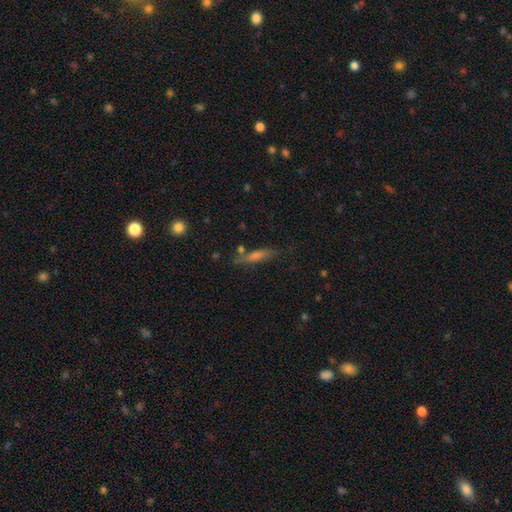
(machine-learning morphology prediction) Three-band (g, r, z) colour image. It shows a smooth galaxy with no disk features (52%) that is cigar-shaped (82%). Merging: none (73%).